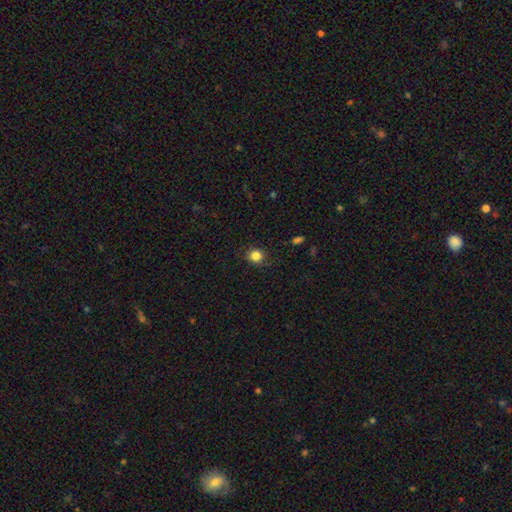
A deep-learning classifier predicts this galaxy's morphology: Smooth or featured? Predicted: smooth (p=0.84). How rounded? Predicted: round (p=0.86). Merging? Predicted: none (p=0.85).